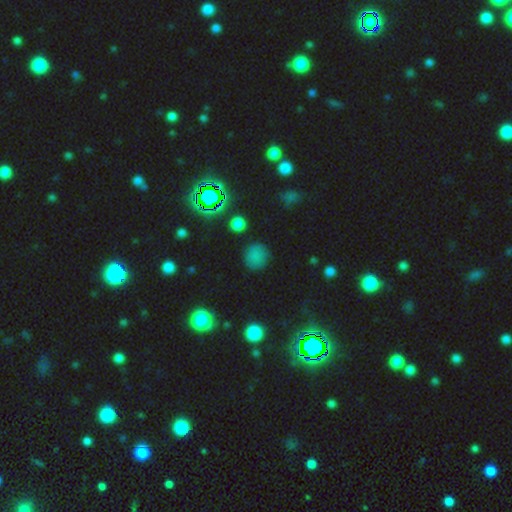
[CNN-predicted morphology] smooth_or_featured: smooth (p=0.68) [alt: star or artifact p=0.25]
how_rounded: round (p=0.89) [alt: in between p=0.09]
merging: none (p=0.85) [alt: minor disturbance p=0.09]